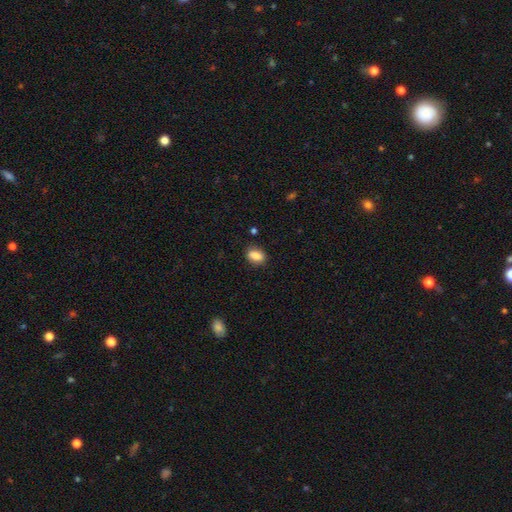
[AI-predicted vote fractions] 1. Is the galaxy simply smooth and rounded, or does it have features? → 84% smooth, 8% star or artifact, 8% featured or disk.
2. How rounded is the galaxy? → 80% in between, 18% round, 3% cigar-shaped.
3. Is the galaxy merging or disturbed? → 82% none, 13% minor disturbance, 3% major disturbance, 3% merger.